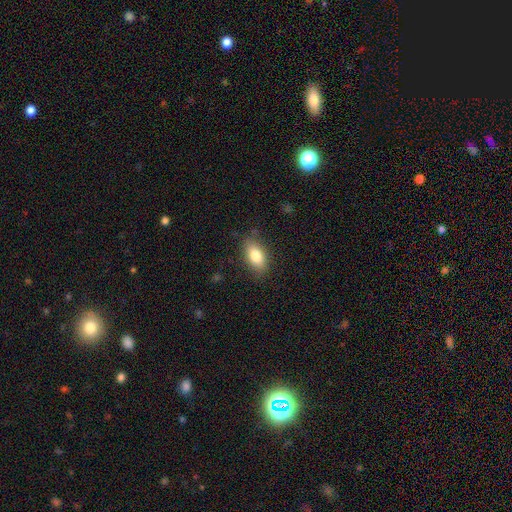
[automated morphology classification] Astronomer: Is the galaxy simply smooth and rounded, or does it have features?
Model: smooth — 81%.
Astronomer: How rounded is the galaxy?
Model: in between — 88%.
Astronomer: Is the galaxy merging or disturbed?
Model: none — 83%.